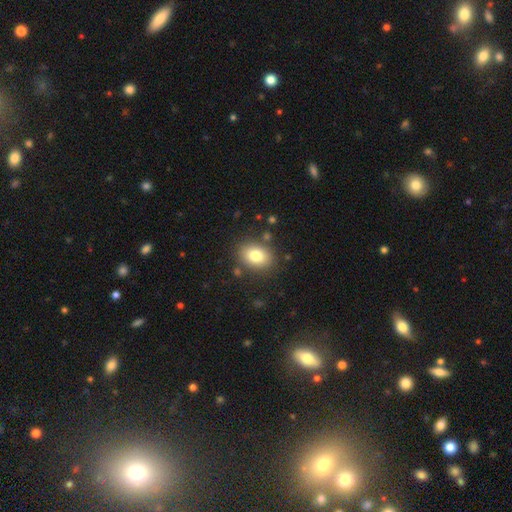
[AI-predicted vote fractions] Q: Smooth or featured?
A: smooth (80%); runner-up: featured or disk (10%)
Q: How rounded?
A: in between (64%); runner-up: round (35%)
Q: Merging?
A: none (83%); runner-up: minor disturbance (10%)